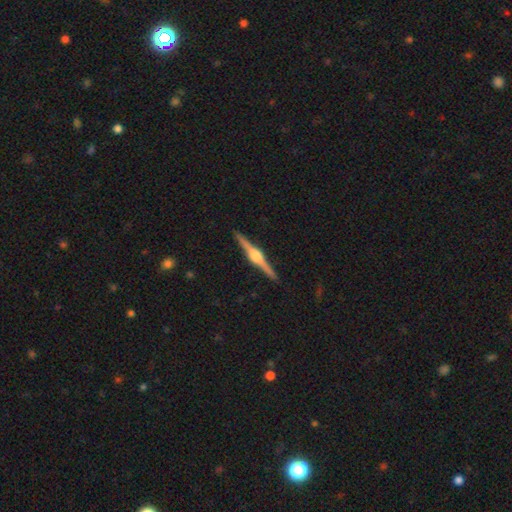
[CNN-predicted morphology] Smooth or featured: featured or disk — 87% (smooth — 8%)
Edge-on disk: yes — 99% (no — 1%)
Edge-on bulge: rounded — 91% (boxy — 7%)
Merging: none — 92% (minor disturbance — 6%)